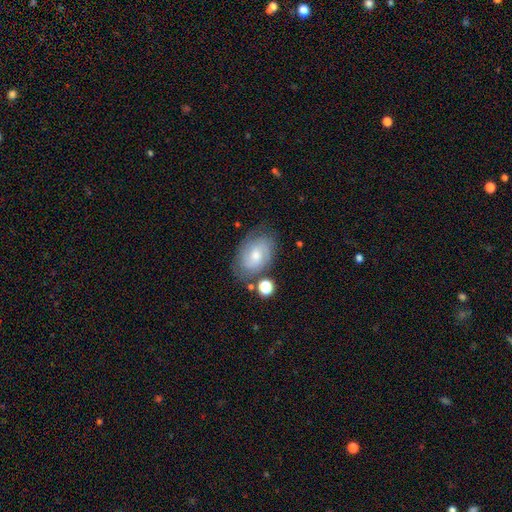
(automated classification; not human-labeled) Overall: featured or disk (59%; smooth 32%). Edge-on disk: no (96%). Bar: no (59%; weak 36%). Spiral arms: yes (87%). Bulge size: small (48%; moderate 45%). Merging: none (69%).